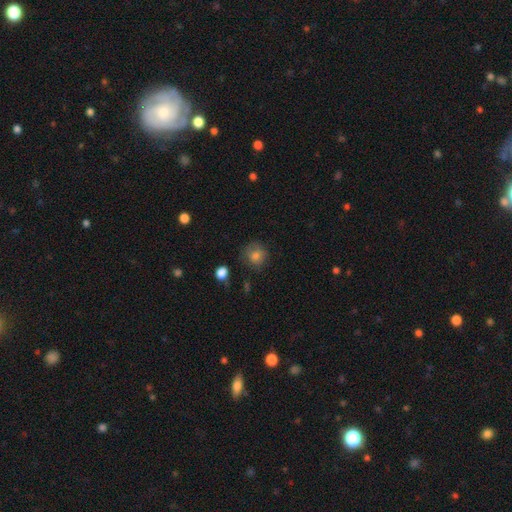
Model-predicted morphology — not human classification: A smooth galaxy with no disk features (78%) that is round (84%). Merging: none (72%).